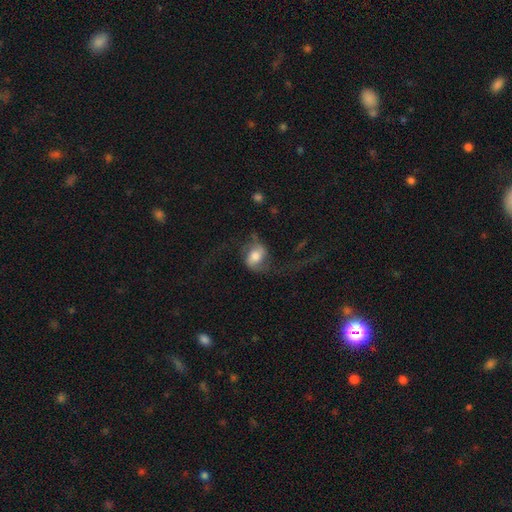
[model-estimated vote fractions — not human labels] Overall: featured or disk (64%; smooth 28%). Edge-on disk: no (96%). Bar: no (42%; weak 39%). Spiral arms: yes (88%). Spiral arm count: 2 (89%). Spiral winding: loose (76%). Bulge size: moderate (46%; large 33%). Merging: none (47%; major disturbance 36%).